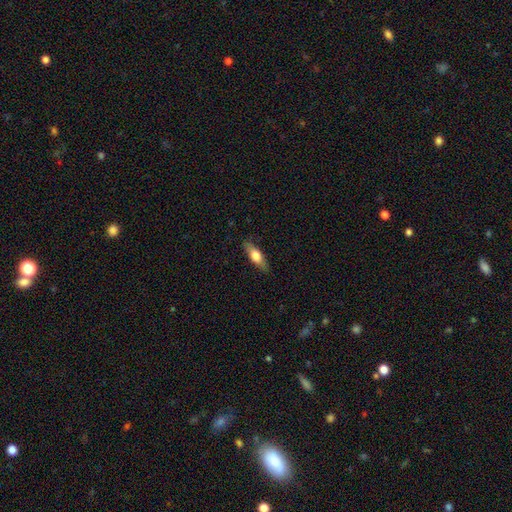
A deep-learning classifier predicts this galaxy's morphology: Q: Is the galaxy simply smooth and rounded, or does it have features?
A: smooth — 62%.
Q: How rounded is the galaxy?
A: in between — 53%.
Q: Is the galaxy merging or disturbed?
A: none — 85%.